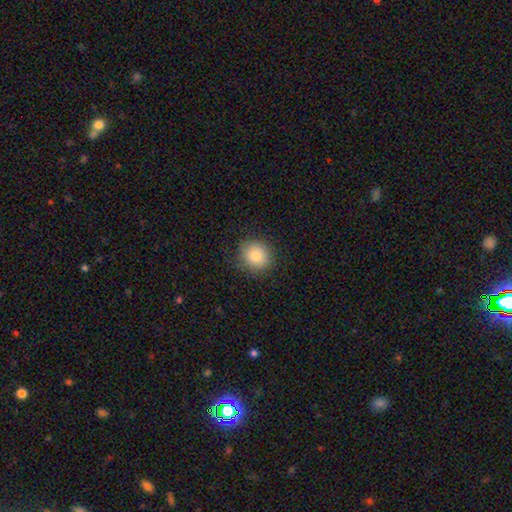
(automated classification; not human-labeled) smooth-or-featured: smooth: 84% | star or artifact: 10% | featured or disk: 7%
  how-rounded: round: 86% | in between: 13% | cigar-shaped: 1%
  merging: none: 87% | minor disturbance: 10% | major disturbance: 3% | merger: 1%